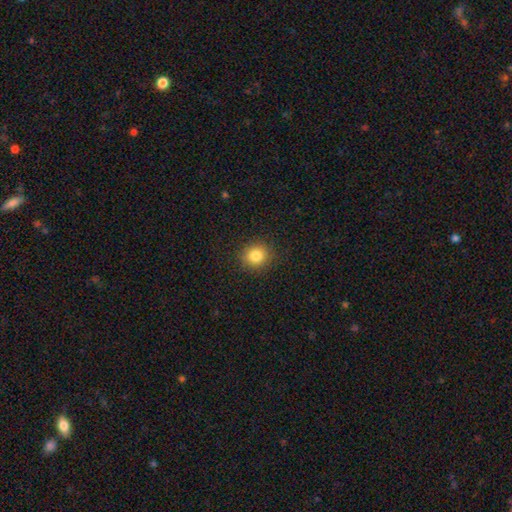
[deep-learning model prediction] This appears to be a smooth galaxy with no disk features (83%) that is round (86%). Merging: none (89%).